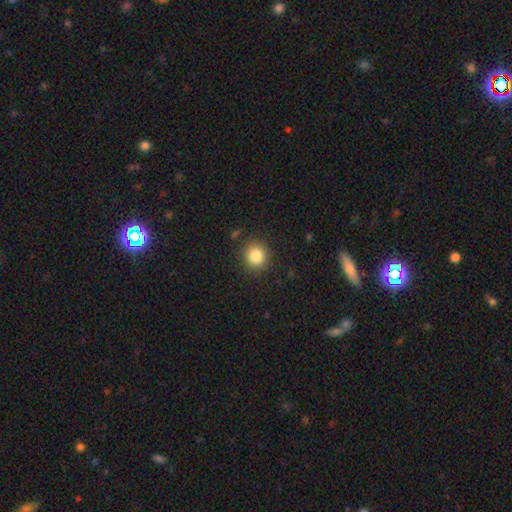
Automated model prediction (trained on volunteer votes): Overall: smooth (84%). How rounded: round (87%). Merging: none (89%).